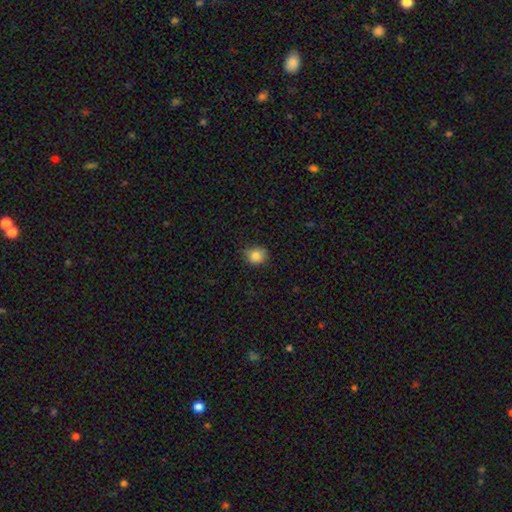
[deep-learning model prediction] The model was most divided on "how rounded": round: 70%, in between: 29%, cigar-shaped: 1%. More confident: smooth or featured — smooth (82%); merging — none (81%).